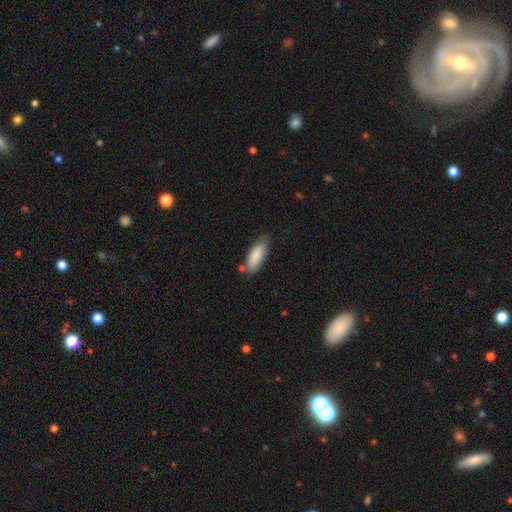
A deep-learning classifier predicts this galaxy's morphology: The model was most divided on "how rounded": in between: 72%, cigar-shaped: 26%, round: 2%. More confident: smooth or featured — smooth (86%); merging — none (72%).